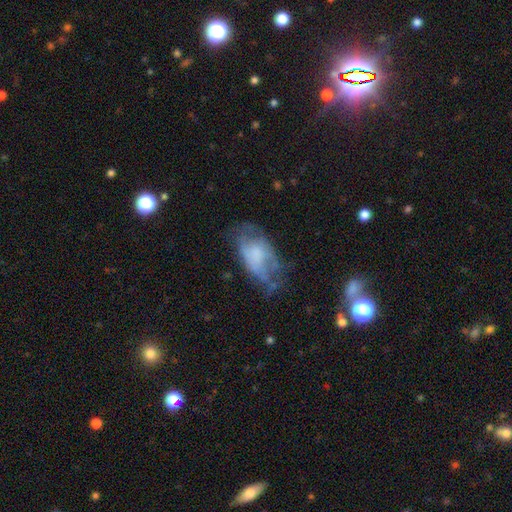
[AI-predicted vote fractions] The model was most divided on "smooth or featured": featured or disk: 46%, smooth: 44%, star or artifact: 10%. Remaining: merging — none (37%).